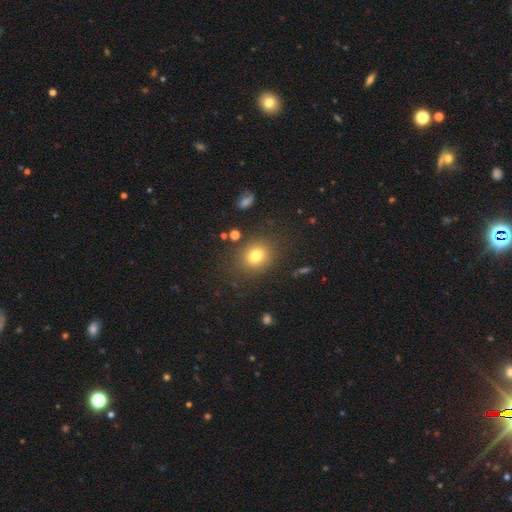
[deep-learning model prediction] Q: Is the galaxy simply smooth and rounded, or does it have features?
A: smooth — 77%.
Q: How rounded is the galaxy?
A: round — 60%.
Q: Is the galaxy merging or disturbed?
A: none — 82%.